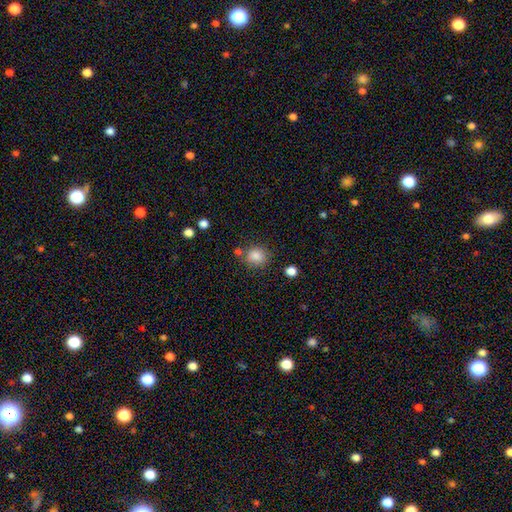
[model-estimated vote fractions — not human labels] A smooth galaxy with no disk features (84%) that is round (75%).

Vote fractions:
- Smooth or featured? smooth: 84% / star or artifact: 11% / featured or disk: 5%
- How rounded? round: 75% / in between: 23% / cigar-shaped: 1%
- Merging? none: 71% / minor disturbance: 15% / merger: 9% / major disturbance: 5%